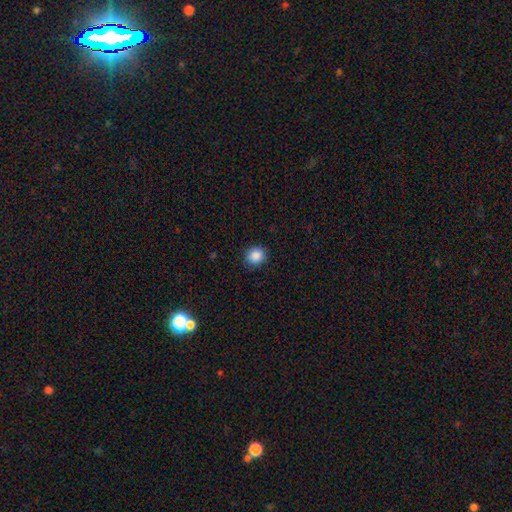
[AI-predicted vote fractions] Q: Smooth or featured?
A: smooth (88%); runner-up: star or artifact (9%)
Q: How rounded?
A: round (75%); runner-up: in between (24%)
Q: Merging?
A: none (86%); runner-up: minor disturbance (11%)